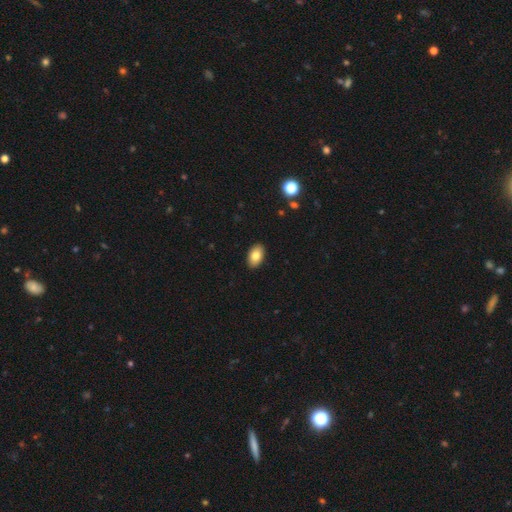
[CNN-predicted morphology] Q: Smooth or featured?
A: smooth (82%); runner-up: featured or disk (11%)
Q: How rounded?
A: in between (93%); runner-up: round (5%)
Q: Merging?
A: none (91%); runner-up: minor disturbance (7%)